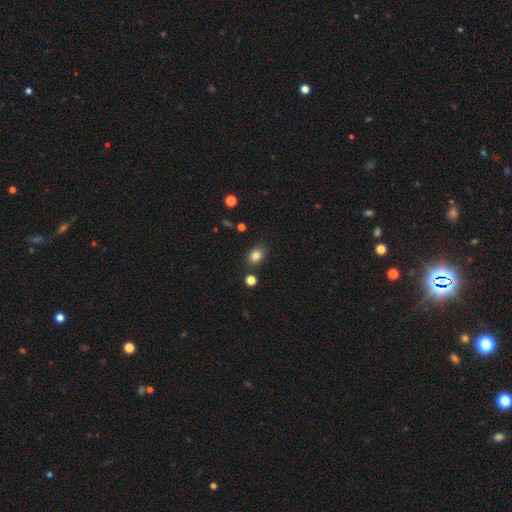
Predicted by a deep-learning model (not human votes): This is clearly a smooth galaxy (82%). How rounded: possibly in between (57%). Merging: clearly none (82%).